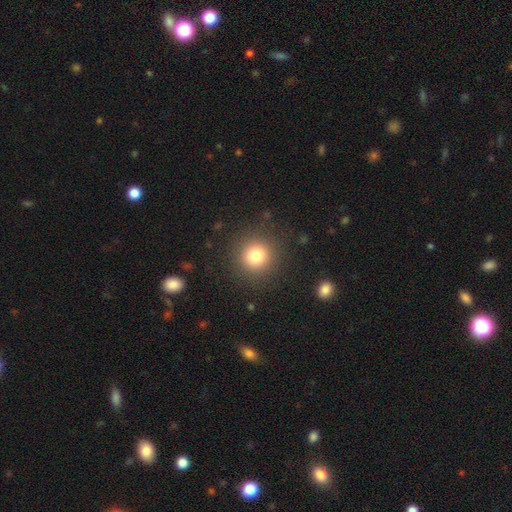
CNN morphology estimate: Smooth or featured: smooth — 79% (star or artifact — 13%)
How rounded: round — 93% (in between — 6%)
Merging: none — 89% (minor disturbance — 7%)